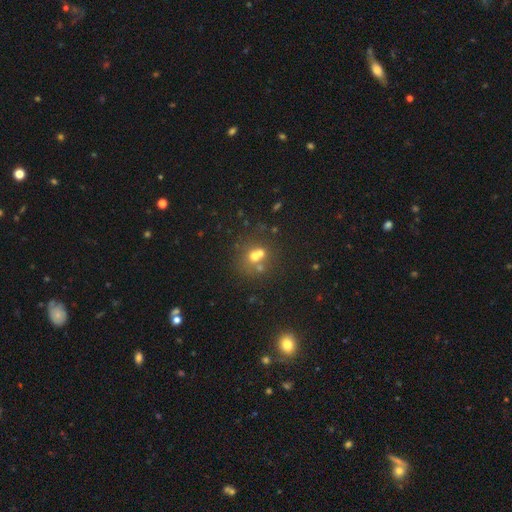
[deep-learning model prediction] Overall: smooth (56%; featured or disk 24%). How rounded: round (77%). Merging: merger (49%; none 39%).